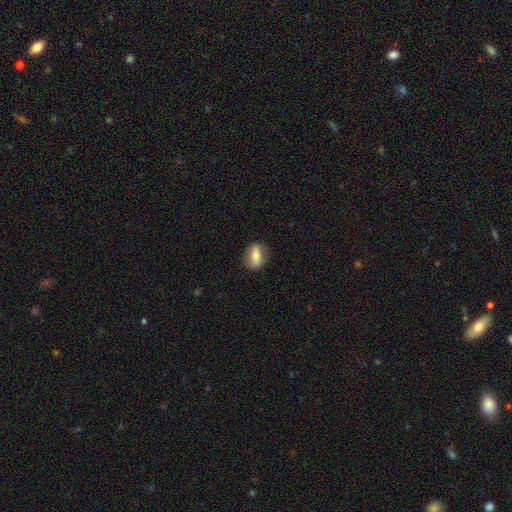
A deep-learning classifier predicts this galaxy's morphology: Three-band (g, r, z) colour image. It shows a smooth galaxy with no disk features (67%) that is in between round and cigar-shaped (72%). Merging: none (83%).